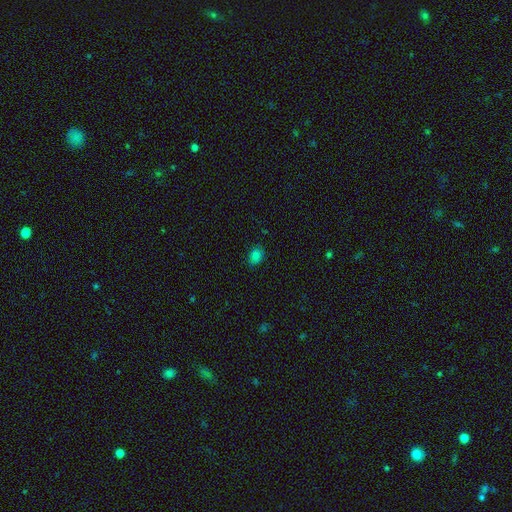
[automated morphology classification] A smooth galaxy with no disk features (81%) that is in between round and cigar-shaped (70%).

Vote fractions:
- Smooth or featured? smooth: 81% / star or artifact: 14% / featured or disk: 5%
- How rounded? in between: 70% / round: 29% / cigar-shaped: 1%
- Merging? none: 82% / minor disturbance: 14% / major disturbance: 3% / merger: 1%